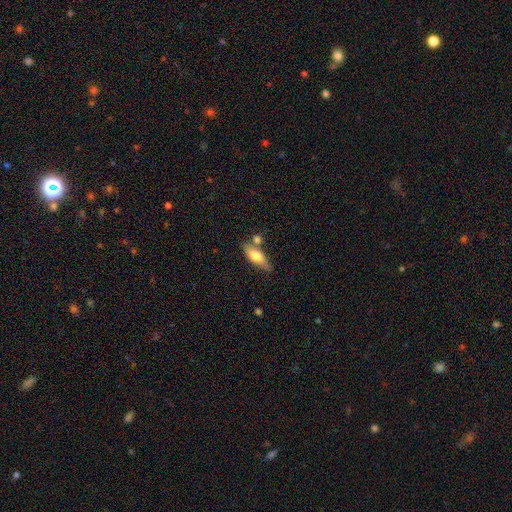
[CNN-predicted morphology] The model was most divided on "how rounded": in between: 63%, cigar-shaped: 34%, round: 3%. More confident: smooth or featured — smooth (65%); merging — none (63%).